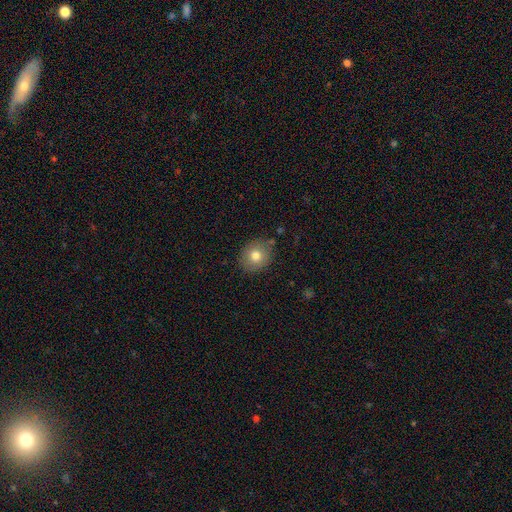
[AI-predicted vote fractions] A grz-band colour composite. It shows a smooth galaxy with no disk features (77%) that is round (70%). Merging: none (82%).